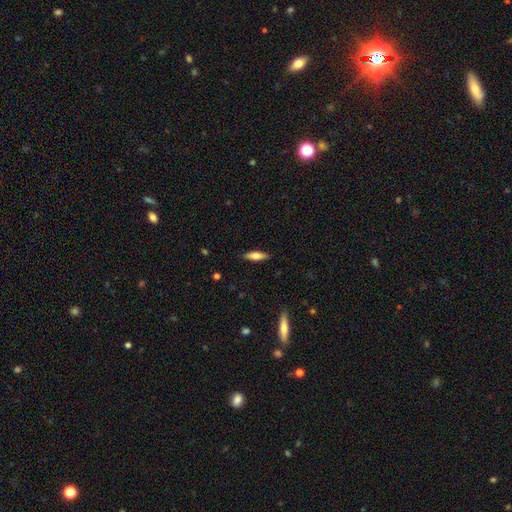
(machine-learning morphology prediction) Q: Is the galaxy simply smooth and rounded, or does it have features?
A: smooth — 65%.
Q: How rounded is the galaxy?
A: cigar-shaped — 52%.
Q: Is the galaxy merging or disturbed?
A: none — 88%.